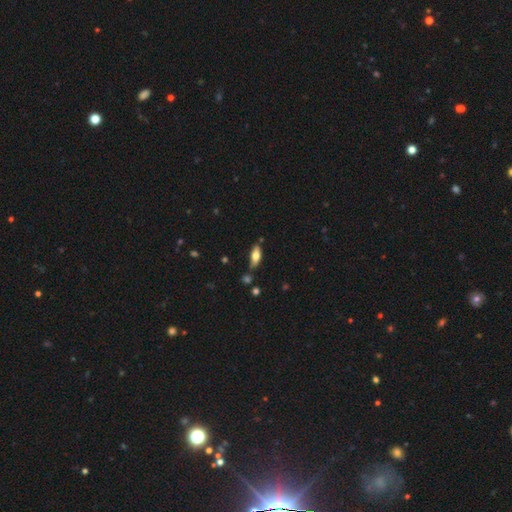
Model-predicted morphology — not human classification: smooth 64%, featured or disk 30%, star or artifact 7%. Down the decision tree: how rounded — in between (72%); merging — none (70%).